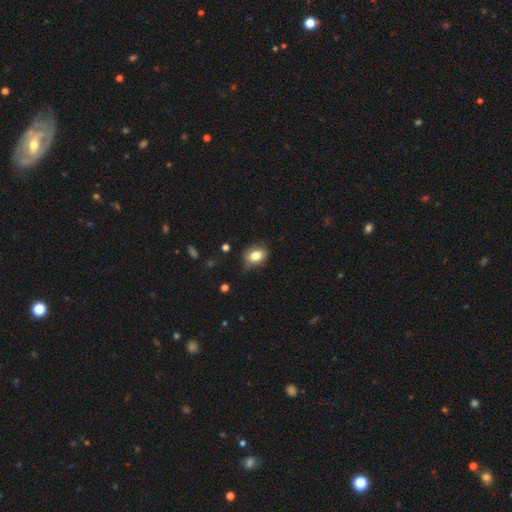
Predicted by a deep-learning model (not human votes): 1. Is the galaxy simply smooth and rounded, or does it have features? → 78% smooth, 12% featured or disk, 9% star or artifact.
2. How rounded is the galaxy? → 66% in between, 32% round, 2% cigar-shaped.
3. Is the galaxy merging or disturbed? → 69% none, 24% minor disturbance, 5% major disturbance, 2% merger.